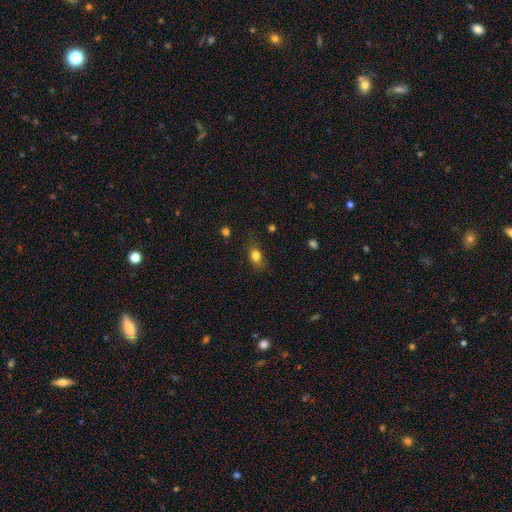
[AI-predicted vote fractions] This is clearly a smooth galaxy (81%). How rounded: likely in between (72%). Merging: likely none (72%).